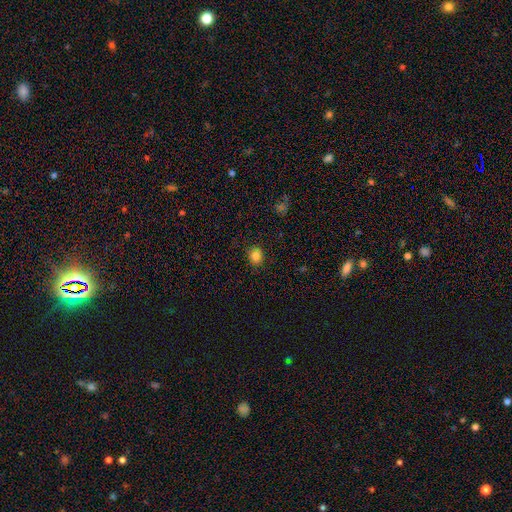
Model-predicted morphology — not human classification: Overall: smooth (84%). How rounded: round (70%). Merging: none (89%).